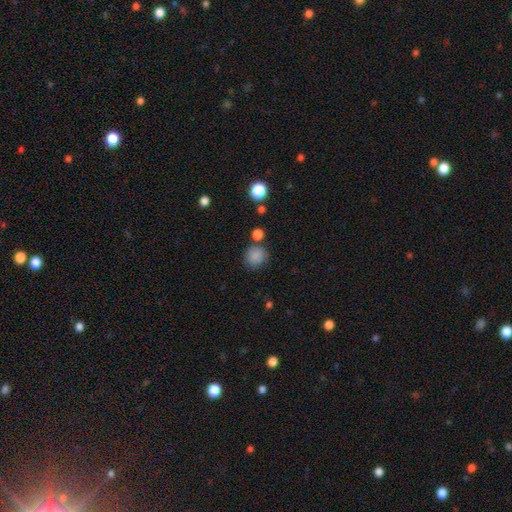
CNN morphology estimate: Smooth or featured? Predicted: smooth (p=0.84). How rounded? Predicted: round (p=0.84). Merging? Predicted: none (p=0.73).